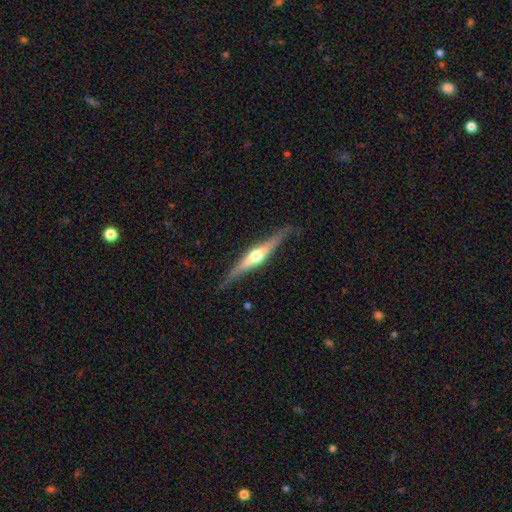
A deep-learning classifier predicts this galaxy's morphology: Smooth or featured?
  - featured or disk: 74% *
  - smooth: 21%
  - star or artifact: 5%
Edge-on disk?
  - yes: 97% *
  - no: 3%
Edge-on bulge?
  - rounded: 92% *
  - boxy: 4%
  - none: 4%
Merging?
  - none: 83% *
  - minor disturbance: 13%
  - major disturbance: 3%
  - merger: 1%